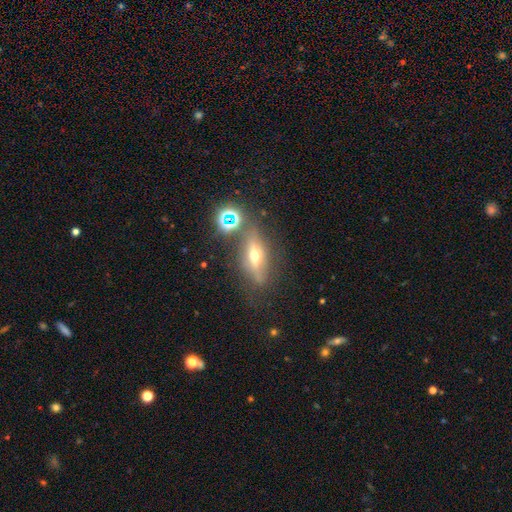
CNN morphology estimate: Smooth or featured?
  - featured or disk: 54% *
  - smooth: 28%
  - star or artifact: 17%
Edge-on disk?
  - yes: 77% *
  - no: 23%
Merging?
  - none: 71% *
  - minor disturbance: 16%
  - major disturbance: 8%
  - merger: 6%